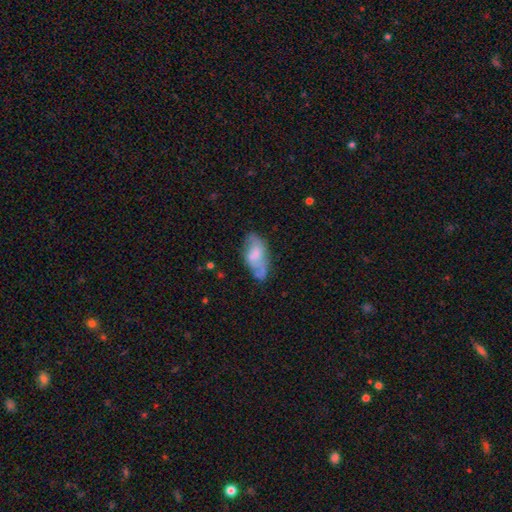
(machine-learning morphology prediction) Smooth or featured? Predicted: smooth (p=0.57). How rounded? Predicted: in between (p=0.89). Merging? Predicted: none (p=0.49).